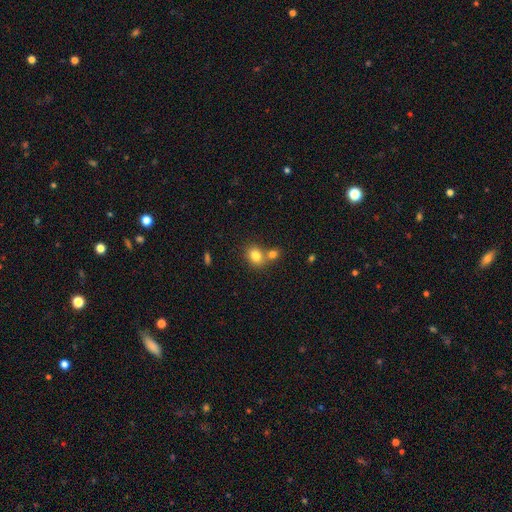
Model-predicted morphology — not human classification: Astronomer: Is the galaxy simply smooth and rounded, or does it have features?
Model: smooth — 80%.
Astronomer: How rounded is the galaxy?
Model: round — 55% (runner-up: in between, 44%).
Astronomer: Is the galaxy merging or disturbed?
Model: none — 50% (runner-up: merger, 38%).